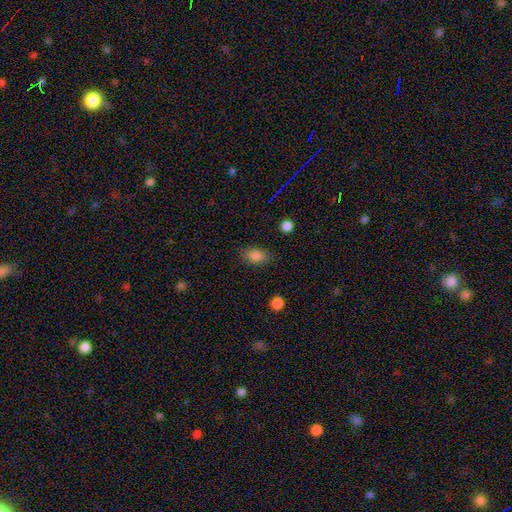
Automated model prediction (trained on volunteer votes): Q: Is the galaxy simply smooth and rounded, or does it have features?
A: smooth — 85%.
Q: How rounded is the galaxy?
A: in between — 82%.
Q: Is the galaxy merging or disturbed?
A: none — 82%.